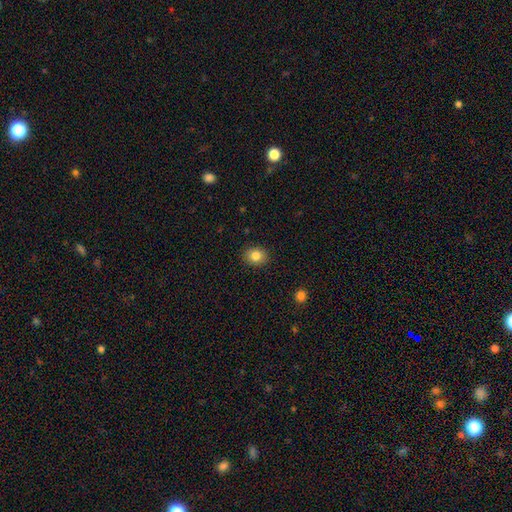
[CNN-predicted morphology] A smooth galaxy with no disk features (84%) that is round (63%). Merging: none (90%).